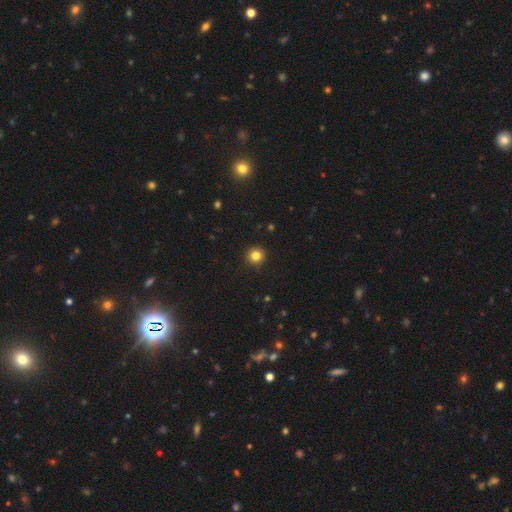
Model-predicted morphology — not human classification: Smooth or featured?
  - smooth: 83% *
  - star or artifact: 12%
  - featured or disk: 5%
How rounded?
  - round: 95% *
  - in between: 4%
  - cigar-shaped: 1%
Merging?
  - none: 92% *
  - minor disturbance: 5%
  - major disturbance: 2%
  - merger: 1%